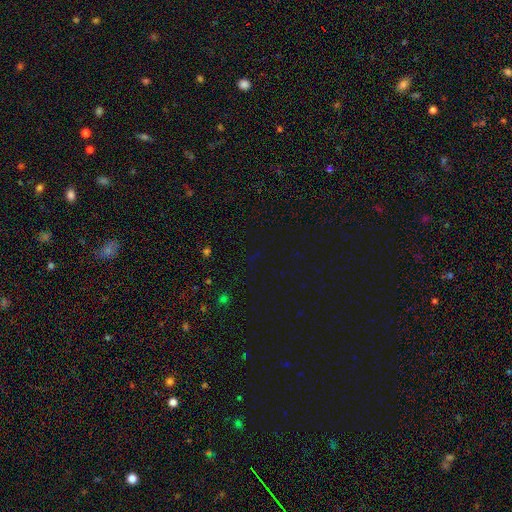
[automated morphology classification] A star or artifact, not a galaxy (73%).